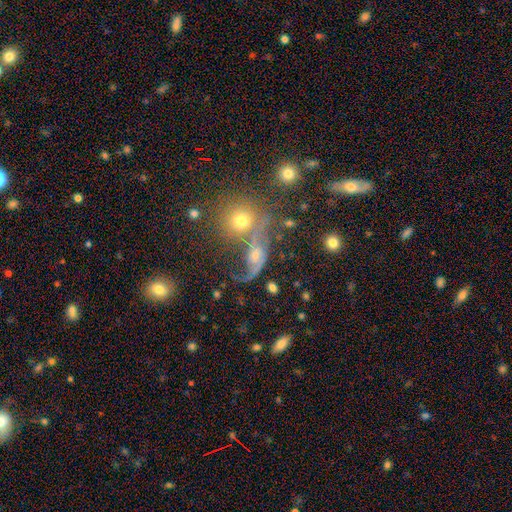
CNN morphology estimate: Smooth or featured? featured or disk (50%)
Edge-on disk? no (94%)
Merging? merger (36%)